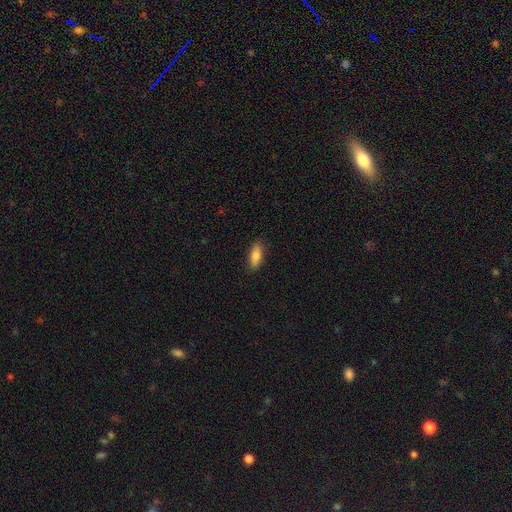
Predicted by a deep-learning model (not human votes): Overall: smooth (81%). How rounded: in between (73%). Merging: none (85%).